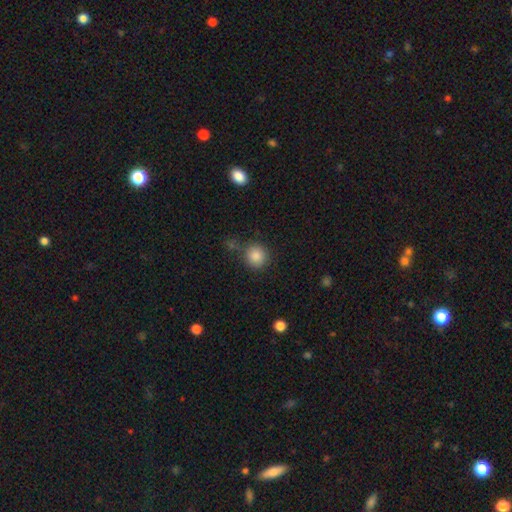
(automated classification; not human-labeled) Q: Smooth or featured?
A: smooth (86%); runner-up: star or artifact (10%)
Q: How rounded?
A: round (91%); runner-up: in between (8%)
Q: Merging?
A: none (76%); runner-up: minor disturbance (11%)